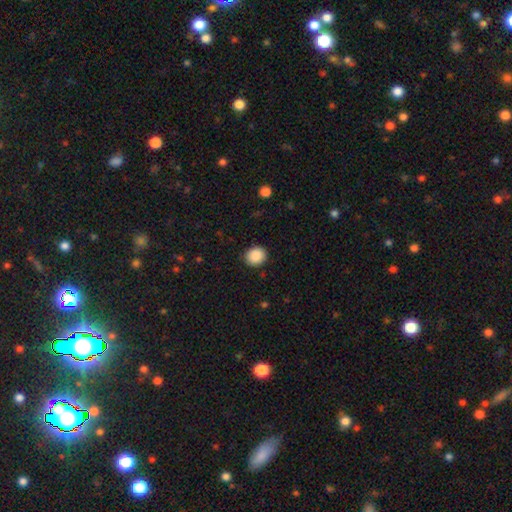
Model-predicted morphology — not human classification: A smooth galaxy with no disk features (88%) that is round (80%).

Vote fractions:
- Smooth or featured? smooth: 88% / star or artifact: 8% / featured or disk: 3%
- How rounded? round: 80% / in between: 19% / cigar-shaped: 1%
- Merging? none: 90% / minor disturbance: 7% / major disturbance: 2% / merger: 1%